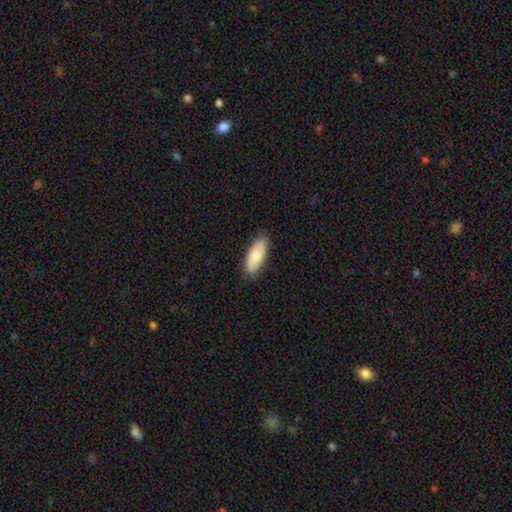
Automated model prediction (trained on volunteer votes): This is likely a smooth galaxy (77%). How rounded: clearly in between (81%). Merging: clearly none (86%).